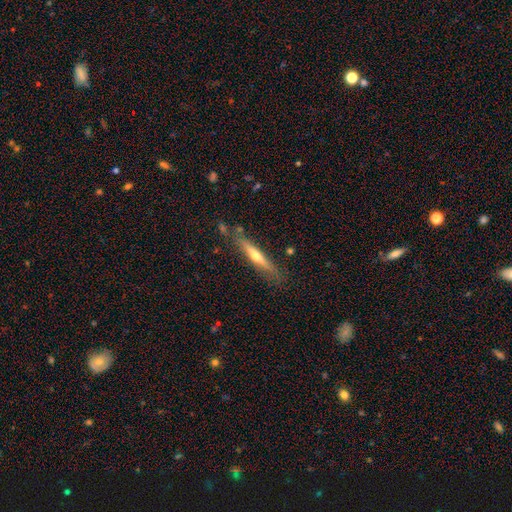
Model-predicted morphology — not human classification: featured or disk 53%, smooth 41%, star or artifact 6%. Down the decision tree: edge-on disk — yes (93%); merging — none (80%).